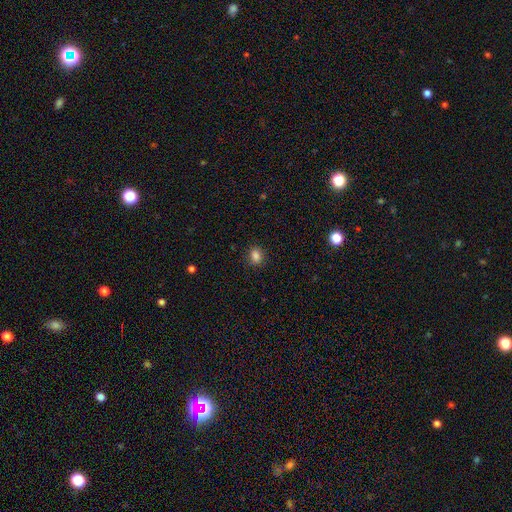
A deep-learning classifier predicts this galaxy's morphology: Smooth or featured? Predicted: smooth (p=0.84). How rounded? Predicted: round (p=0.51). Merging? Predicted: none (p=0.86).